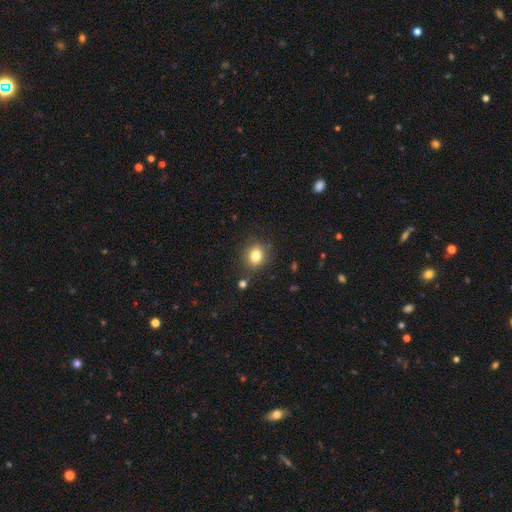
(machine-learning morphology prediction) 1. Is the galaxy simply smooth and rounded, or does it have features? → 81% smooth, 12% star or artifact, 8% featured or disk.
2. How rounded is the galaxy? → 71% round, 28% in between, 1% cigar-shaped.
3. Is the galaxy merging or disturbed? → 83% none, 11% minor disturbance, 3% merger, 3% major disturbance.